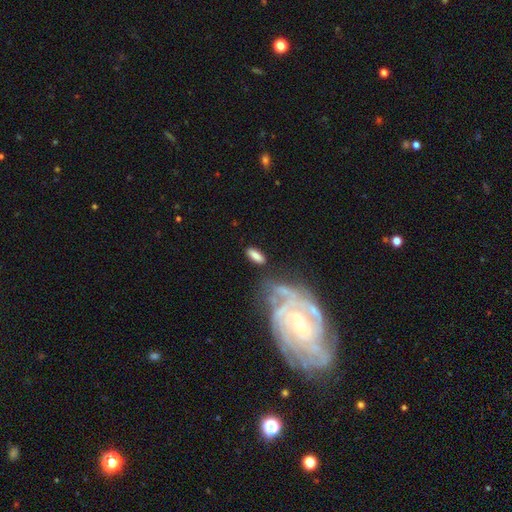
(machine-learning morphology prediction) The model was most divided on "how rounded": in between: 78%, cigar-shaped: 19%, round: 3%. More confident: smooth or featured — smooth (76%); merging — none (73%).